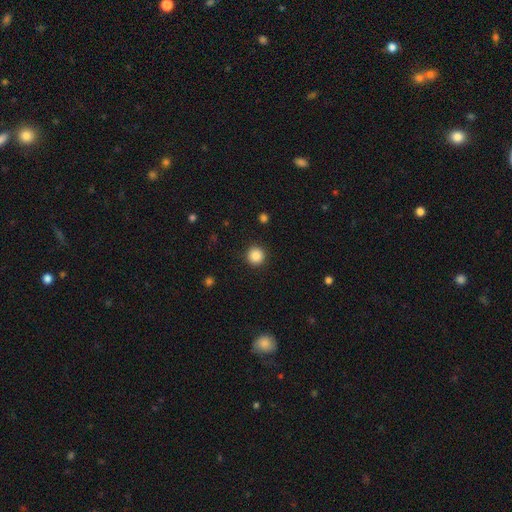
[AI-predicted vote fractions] Smooth or featured? smooth (87%)
How rounded? round (95%)
Merging? none (92%)